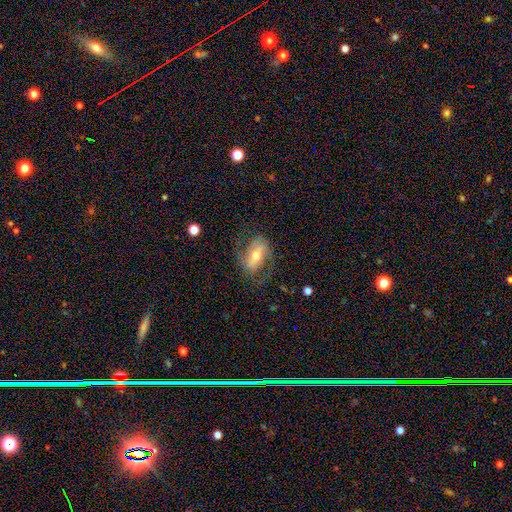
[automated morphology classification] This is likely a featured or disk galaxy (64%). It is clearly not viewed edge-on (93%). Bar: marginally strong (43%). Spiral arm pattern: clearly yes (80%). Central bulge: likely moderate (62%). Merging: likely none (64%).